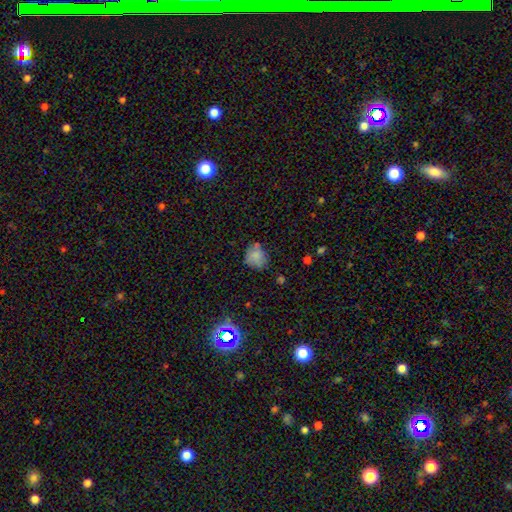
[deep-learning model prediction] Morphology: type=smooth (74%); roundness=round (68%); merging=none (62%).